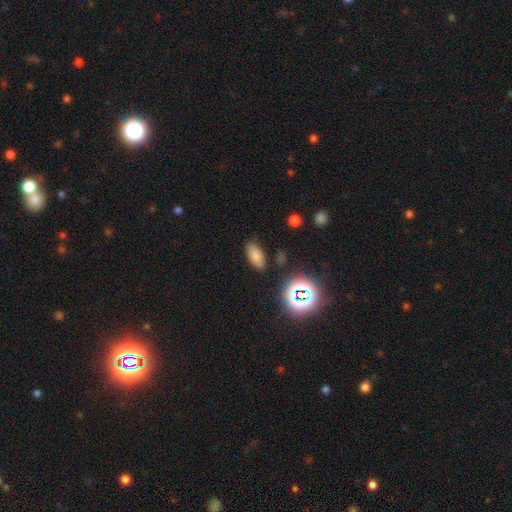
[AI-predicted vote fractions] smooth-or-featured: smooth: 75% | star or artifact: 18% | featured or disk: 8%
  how-rounded: in between: 90% | cigar-shaped: 5% | round: 5%
  merging: none: 83% | minor disturbance: 11% | major disturbance: 3% | merger: 3%